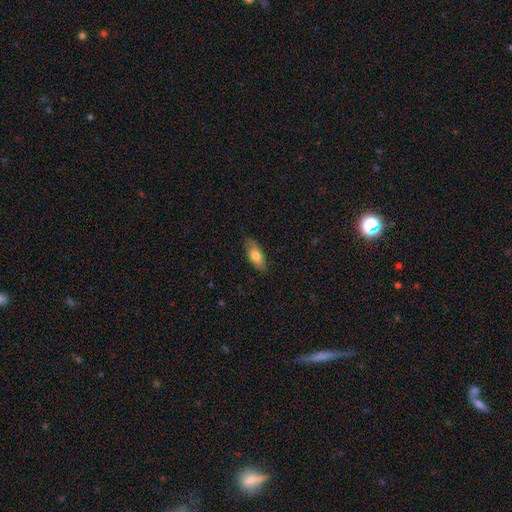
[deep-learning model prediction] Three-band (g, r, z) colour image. It shows a smooth galaxy with no disk features (72%) that is in between round and cigar-shaped (76%). Merging: none (82%).